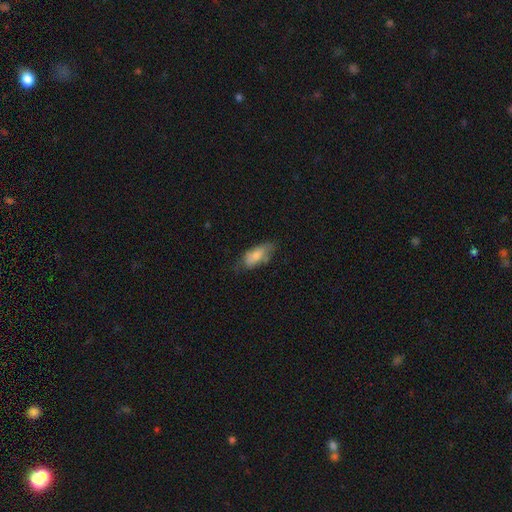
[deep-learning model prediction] Morphology: type=smooth (73%); roundness=in between (84%); merging=none (52%).